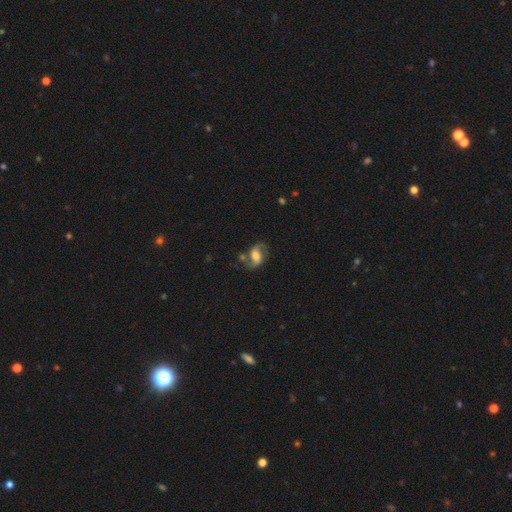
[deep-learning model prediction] Smooth or featured: featured or disk — 75% (smooth — 18%)
Edge-on disk: no — 97% (yes — 3%)
Bar: weak — 44% (no — 35%)
Spiral arms: yes — 93% (no — 7%)
Spiral winding: loose — 49% (medium — 40%)
Spiral arm count: 2 — 90% (1 — 3%)
Bulge size: moderate — 38% (large — 32%)
Merging: none — 63% (minor disturbance — 18%)